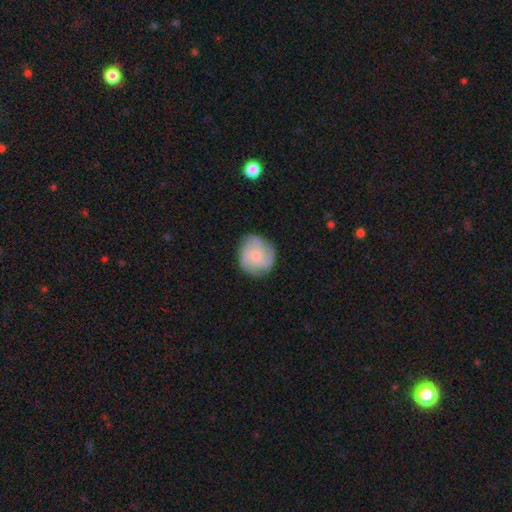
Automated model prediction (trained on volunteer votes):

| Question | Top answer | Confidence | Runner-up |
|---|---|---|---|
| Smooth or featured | featured or disk | 65% | smooth (28%) |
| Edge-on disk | no | 98% | yes (2%) |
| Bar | no | 74% | weak (23%) |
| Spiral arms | yes | 93% | no (7%) |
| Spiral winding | tight | 45% | medium (43%) |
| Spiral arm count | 3 | 44% | can't tell (18%) |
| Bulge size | small | 66% | moderate (24%) |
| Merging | none | 76% | minor disturbance (18%) |